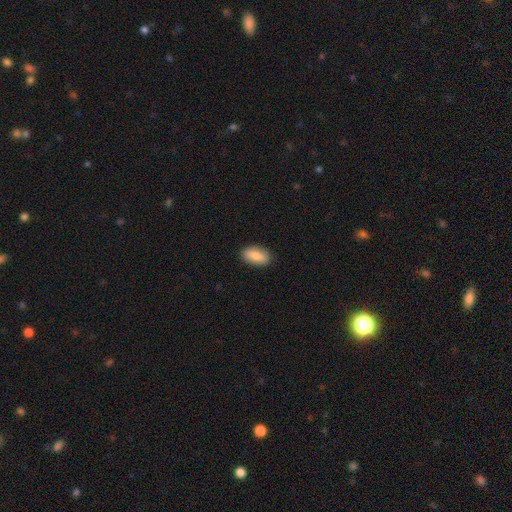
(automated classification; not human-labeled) Smooth or featured: smooth — 84% (featured or disk — 9%)
How rounded: in between — 90% (cigar-shaped — 6%)
Merging: none — 87% (minor disturbance — 10%)